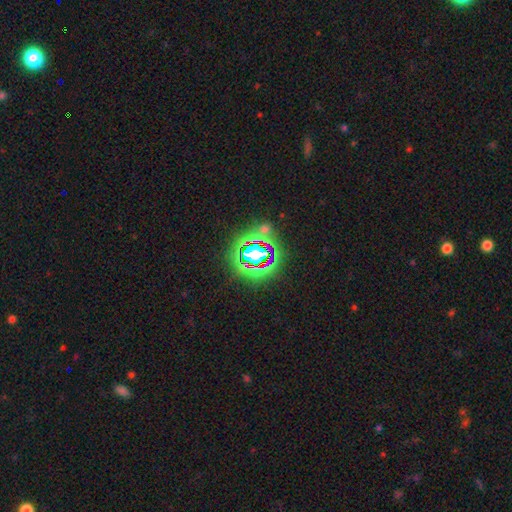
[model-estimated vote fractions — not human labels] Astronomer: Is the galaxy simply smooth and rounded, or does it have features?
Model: star or artifact — 77%.